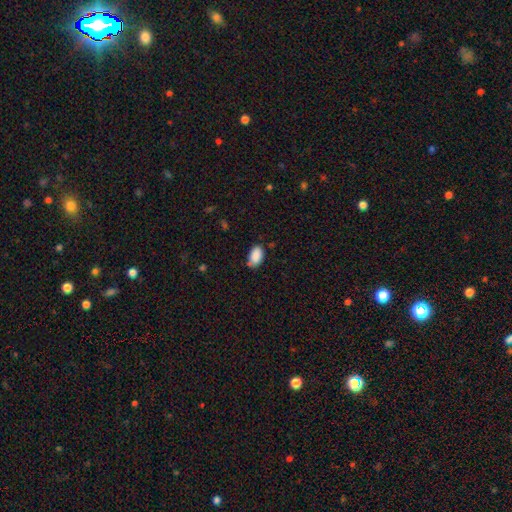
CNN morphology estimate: smooth 89%, star or artifact 7%, featured or disk 4%. Down the decision tree: how rounded — in between (93%); merging — none (69%).